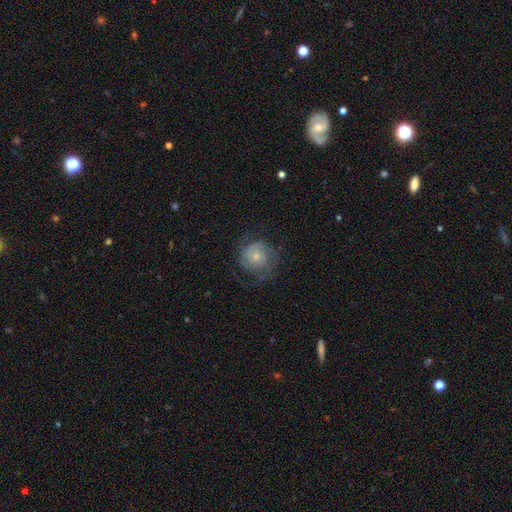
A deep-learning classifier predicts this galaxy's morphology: A featured or disk galaxy (56%) with no bar (79%), spiral arms (84%) and a small central bulge (58%).

Vote fractions:
- Smooth or featured? featured or disk: 56% / smooth: 37% / star or artifact: 8%
- Edge-on disk? no: 98% / yes: 2%
- Bar? no: 79% / weak: 19% / strong: 3%
- Spiral arms? yes: 84% / no: 16%
- Bulge size? small: 58% / moderate: 34% / none: 4% / large: 3% / dominant: 1%
- Merging? none: 60% / minor disturbance: 22% / major disturbance: 17% / merger: 1%